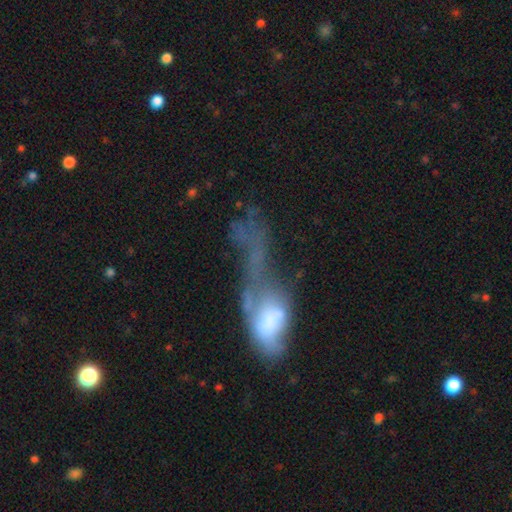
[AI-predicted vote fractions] This appears to be a smooth galaxy with no disk features (45%). Merging: major disturbance (52%).